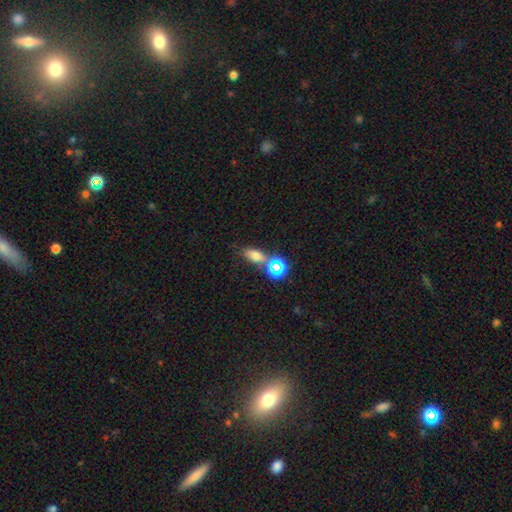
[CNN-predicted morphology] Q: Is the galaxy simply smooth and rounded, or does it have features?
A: smooth — 64%.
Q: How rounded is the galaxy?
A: in between — 74%.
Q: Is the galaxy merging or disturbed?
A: none — 62%.